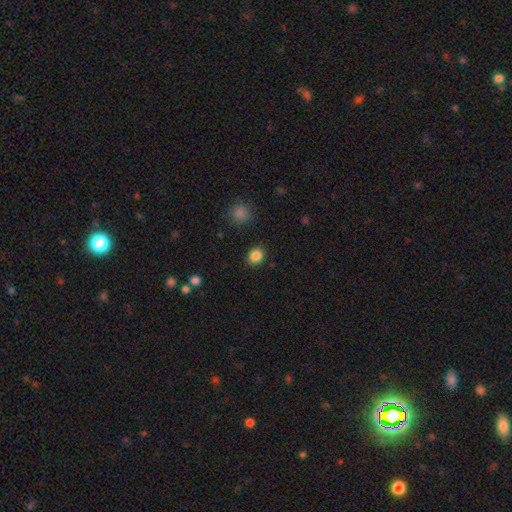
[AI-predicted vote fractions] Morphology: type=smooth (85%); roundness=round (64%); merging=none (88%).